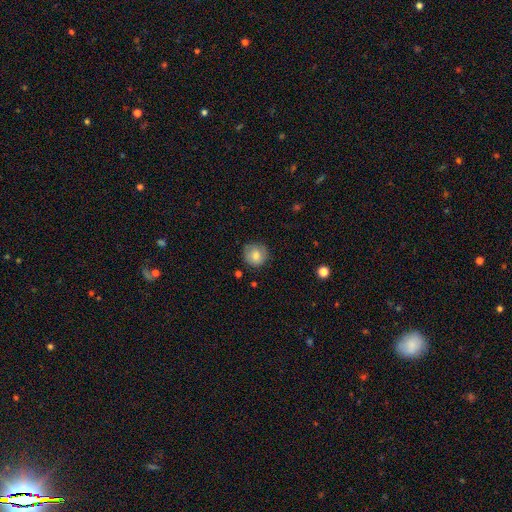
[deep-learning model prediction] Smooth or featured? Predicted: smooth (p=0.78). How rounded? Predicted: round (p=0.92). Merging? Predicted: none (p=0.82).